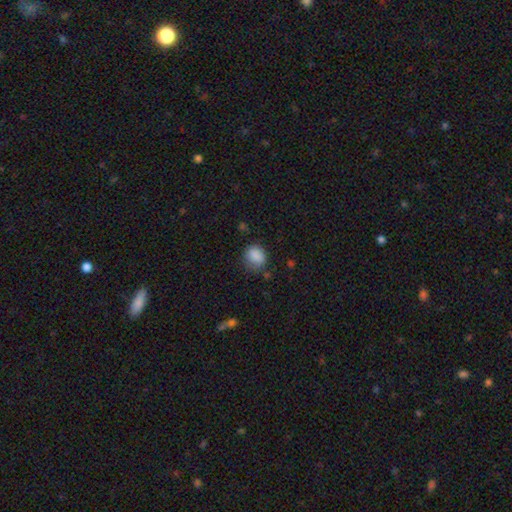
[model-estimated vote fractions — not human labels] The model was most divided on "how rounded": round: 60%, in between: 39%, cigar-shaped: 1%. More confident: smooth or featured — smooth (86%); merging — none (69%).